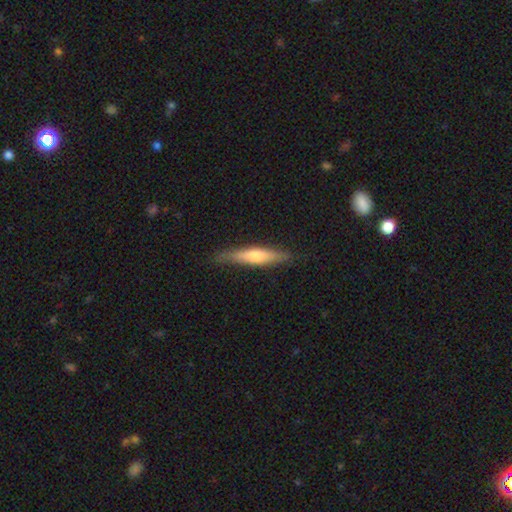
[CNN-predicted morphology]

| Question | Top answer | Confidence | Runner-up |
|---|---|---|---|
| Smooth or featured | smooth | 49% | featured or disk (45%) |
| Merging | none | 84% | minor disturbance (12%) |